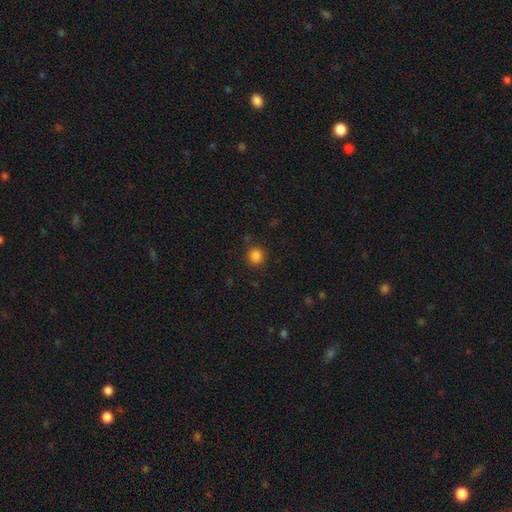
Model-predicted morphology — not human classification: This is clearly a smooth galaxy (84%). How rounded: clearly round (90%). Merging: clearly none (87%).